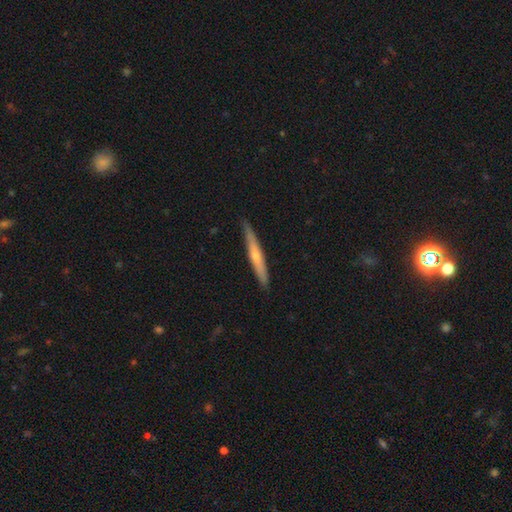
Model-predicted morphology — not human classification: Smooth or featured? Predicted: featured or disk (p=0.64). Edge-on disk? Predicted: yes (p=0.96). Edge-on bulge? Predicted: rounded (p=0.73). Merging? Predicted: none (p=0.90).